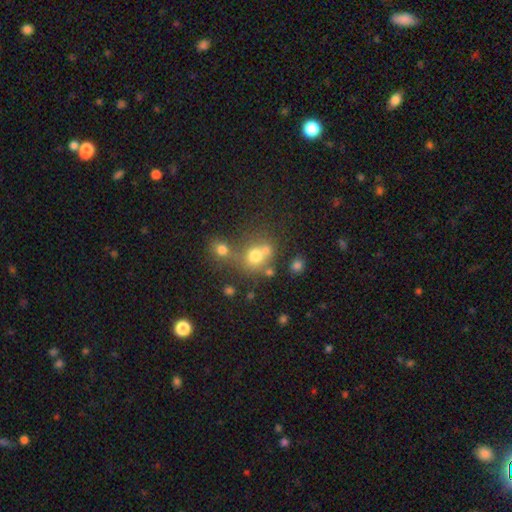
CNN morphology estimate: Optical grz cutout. It shows a smooth galaxy with no disk features (69%) that is round (77%). Merging: merger (43%).